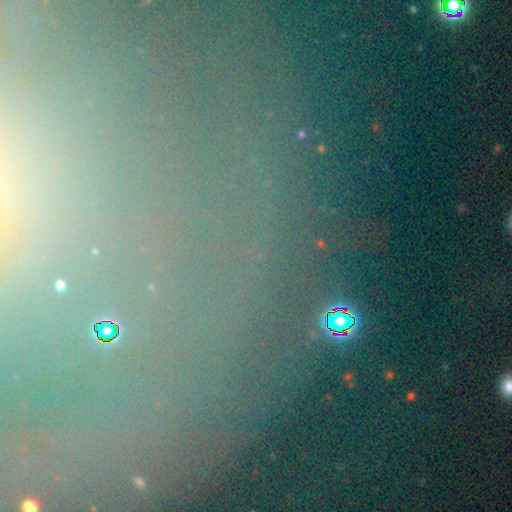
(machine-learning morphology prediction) Smooth or featured? Predicted: star or artifact (p=0.71).